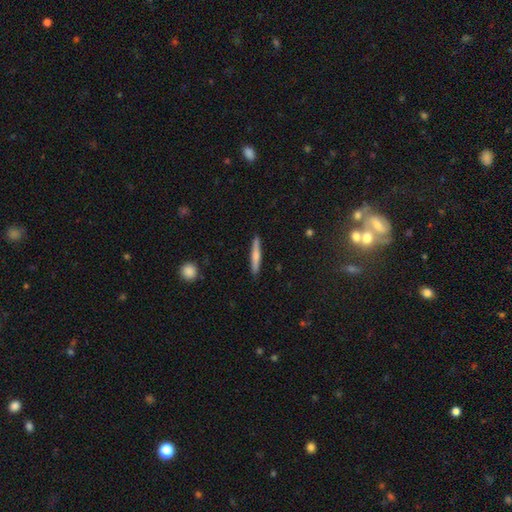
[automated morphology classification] Overall: smooth (60%; featured or disk 34%). How rounded: cigar-shaped (94%). Merging: none (89%).